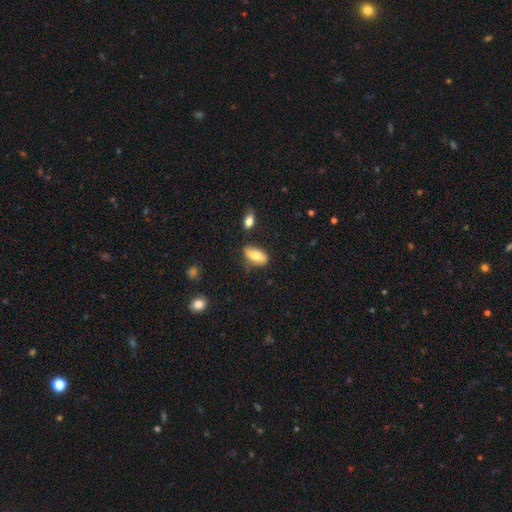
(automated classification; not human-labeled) The model was most divided on "merging": none: 68%, minor disturbance: 22%, major disturbance: 6%, merger: 5%. More confident: how rounded — in between (89%); smooth or featured — smooth (71%).